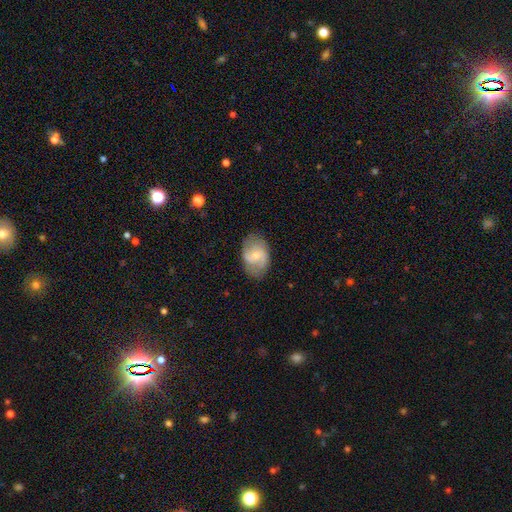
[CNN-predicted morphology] A featured or disk galaxy (64%) with no bar (47%), 2 (81%) medium (45%) spiral arms (88%) and a small central bulge (59%).

Vote fractions:
- Smooth or featured? featured or disk: 64% / smooth: 29% / star or artifact: 7%
- Edge-on disk? no: 97% / yes: 3%
- Bar? no: 47% / weak: 44% / strong: 9%
- Spiral arms? yes: 88% / no: 12%
- Spiral winding? medium: 45% / loose: 37% / tight: 19%
- Spiral arm count? 2: 81% / can't tell: 10% / 3: 3% / 1: 3% / 4: 1% / more than 4: 1%
- Bulge size? small: 59% / moderate: 36% / none: 3% / large: 2% / dominant: 1%
- Merging? none: 77% / minor disturbance: 16% / major disturbance: 5% / merger: 1%